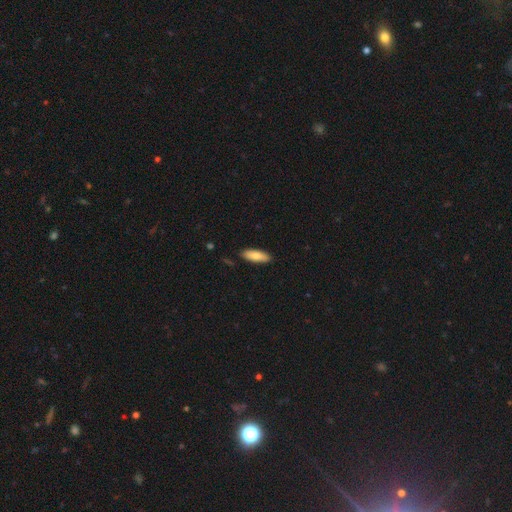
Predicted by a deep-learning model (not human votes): The model was most divided on "how rounded": in between: 61%, cigar-shaped: 37%, round: 2%. More confident: merging — none (87%); smooth or featured — smooth (82%).